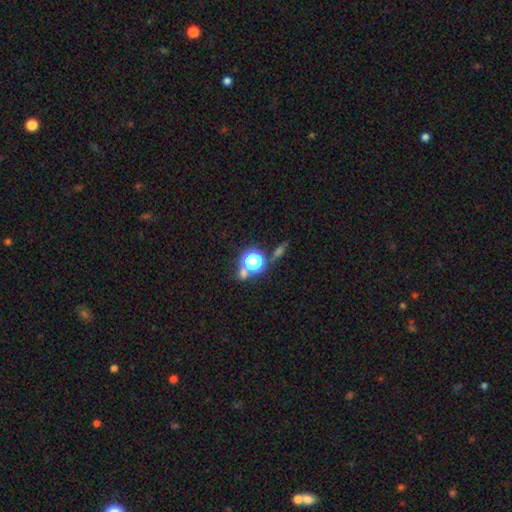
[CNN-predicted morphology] smooth-or-featured: smooth: 48% | star or artifact: 41% | featured or disk: 11%
  merging: none: 64% | merger: 19% | minor disturbance: 11% | major disturbance: 6%